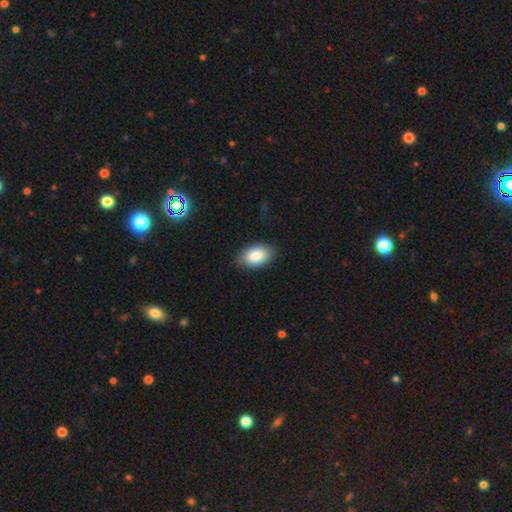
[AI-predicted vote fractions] The model was most divided on "merging": none: 86%, minor disturbance: 11%, major disturbance: 3%, merger: 1%. More confident: how rounded — in between (93%); smooth or featured — smooth (87%).